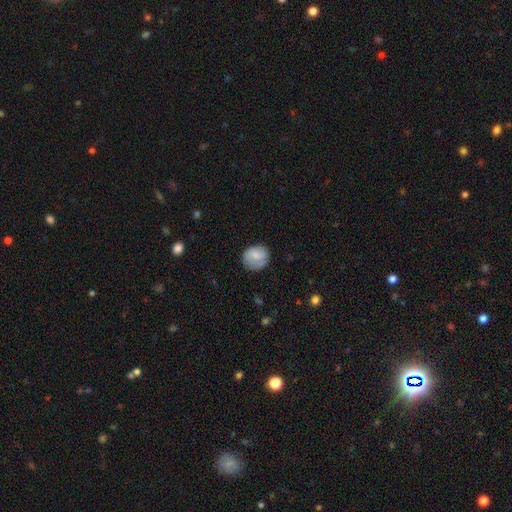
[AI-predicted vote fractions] This appears to be a smooth galaxy with no disk features (76%) that is round (74%). Merging: none (72%).